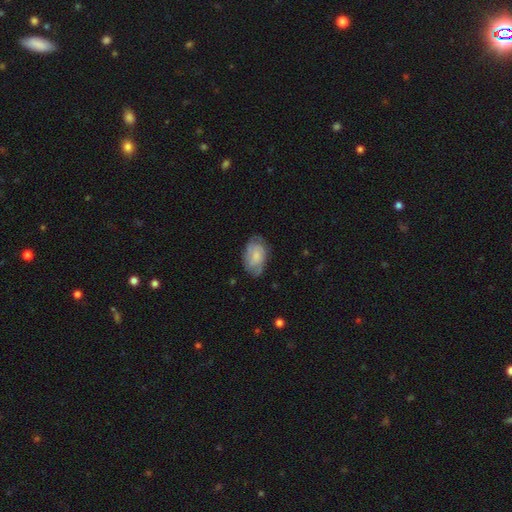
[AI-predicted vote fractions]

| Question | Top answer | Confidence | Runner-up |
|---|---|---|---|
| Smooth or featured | featured or disk | 48% | smooth (45%) |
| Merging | none | 66% | minor disturbance (25%) |